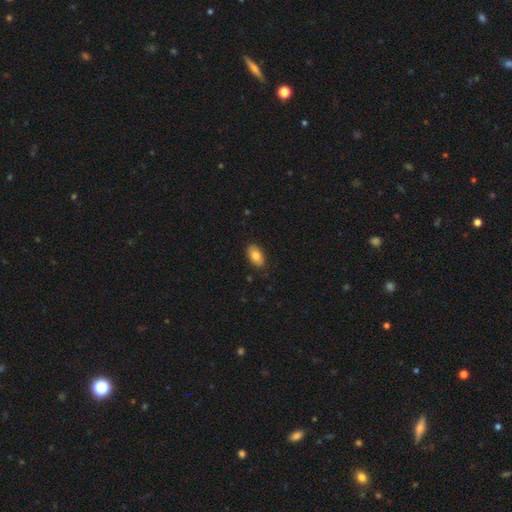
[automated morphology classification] Smooth or featured: smooth — 82% (featured or disk — 11%)
How rounded: in between — 93% (round — 5%)
Merging: none — 82% (minor disturbance — 14%)